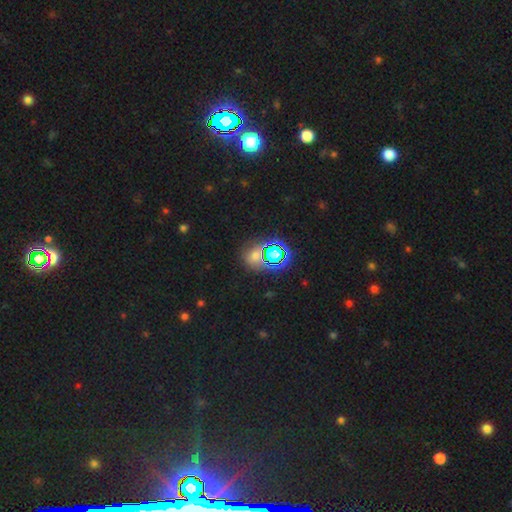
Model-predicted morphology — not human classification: star or artifact 54%, smooth 36%, featured or disk 10%.